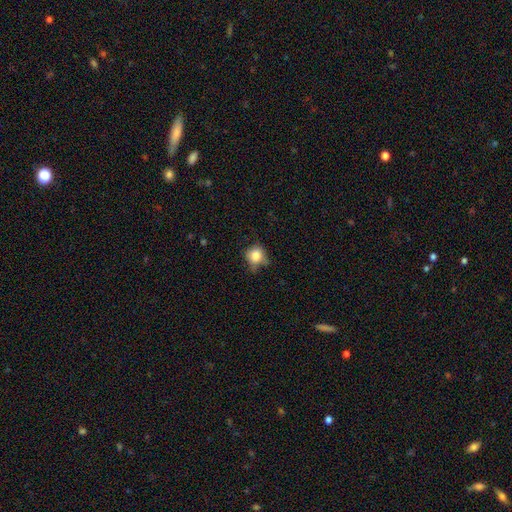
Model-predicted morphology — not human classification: The model was most divided on "merging": none: 49%, minor disturbance: 36%, major disturbance: 12%, merger: 3%. More confident: smooth or featured — smooth (81%); how rounded — round (75%).